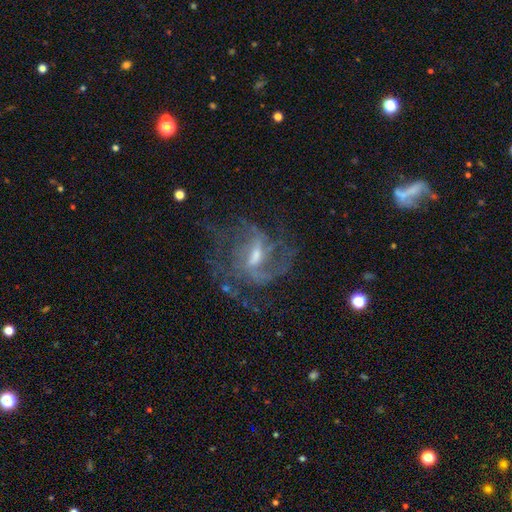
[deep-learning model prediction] A featured or disk galaxy (86%) with a weak bar (54%), 2 (42%) medium (50%) spiral arms (93%) and a moderate central bulge (44%, tied with small). Merging: none (56%).